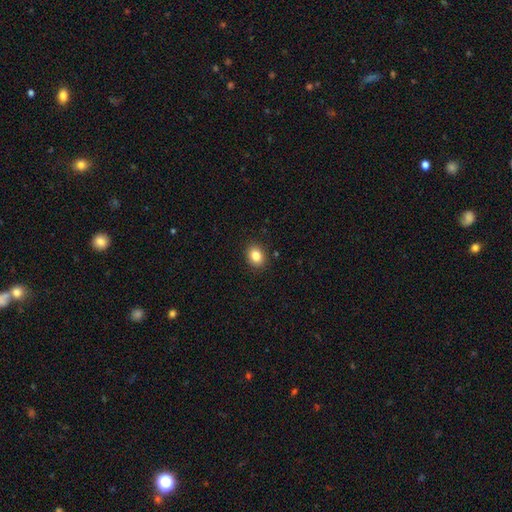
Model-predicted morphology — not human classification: Smooth or featured: smooth — 84% (star or artifact — 9%)
How rounded: in between — 56% (round — 43%)
Merging: none — 89% (minor disturbance — 7%)